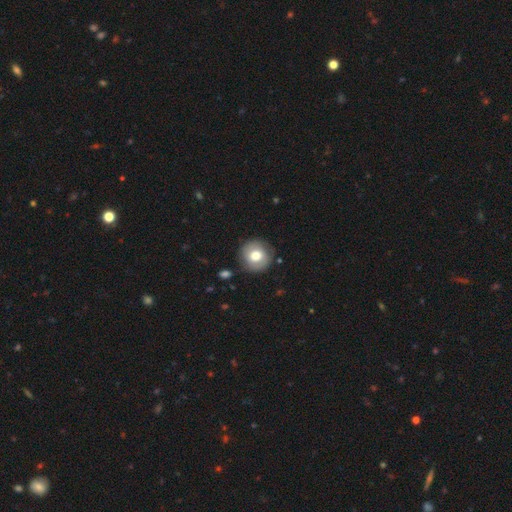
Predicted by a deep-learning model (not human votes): Smooth or featured?
  - smooth: 67% *
  - featured or disk: 26%
  - star or artifact: 8%
How rounded?
  - round: 92% *
  - in between: 7%
  - cigar-shaped: 1%
Merging?
  - none: 84% *
  - minor disturbance: 11%
  - major disturbance: 3%
  - merger: 2%